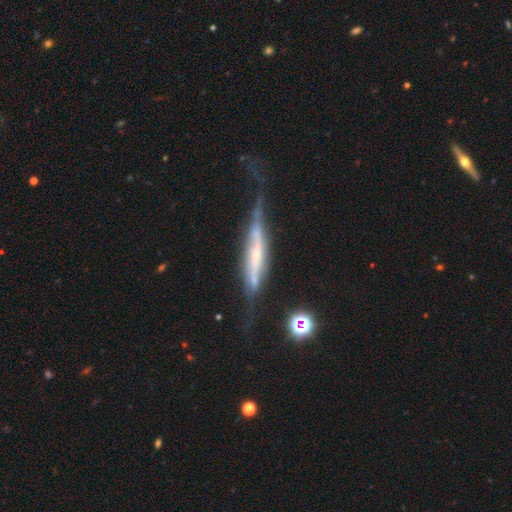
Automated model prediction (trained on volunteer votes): Q: Smooth or featured?
A: featured or disk (76%); runner-up: smooth (17%)
Q: Edge-on disk?
A: yes (82%); runner-up: no (18%)
Q: Edge-on bulge?
A: none (40%); runner-up: rounded (30%)
Q: Merging?
A: none (43%); runner-up: minor disturbance (29%)